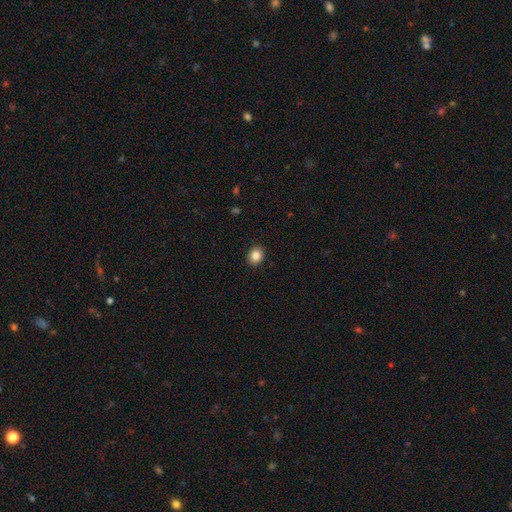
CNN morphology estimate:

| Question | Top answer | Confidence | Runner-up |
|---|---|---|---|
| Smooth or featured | smooth | 85% | star or artifact (10%) |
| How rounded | round | 64% | in between (35%) |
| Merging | none | 91% | minor disturbance (6%) |